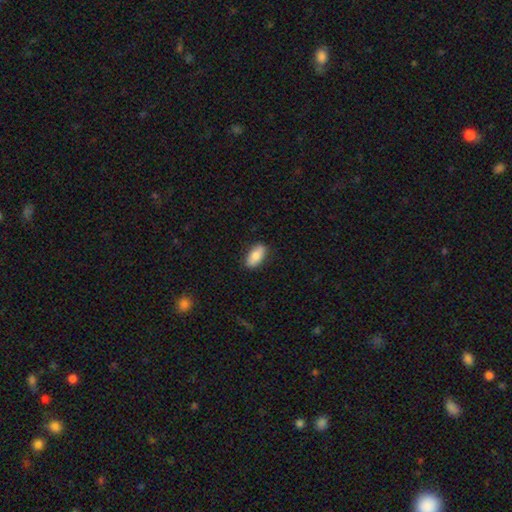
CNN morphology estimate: Q: Smooth or featured?
A: smooth (83%); runner-up: featured or disk (11%)
Q: How rounded?
A: in between (91%); runner-up: cigar-shaped (6%)
Q: Merging?
A: none (87%); runner-up: minor disturbance (10%)